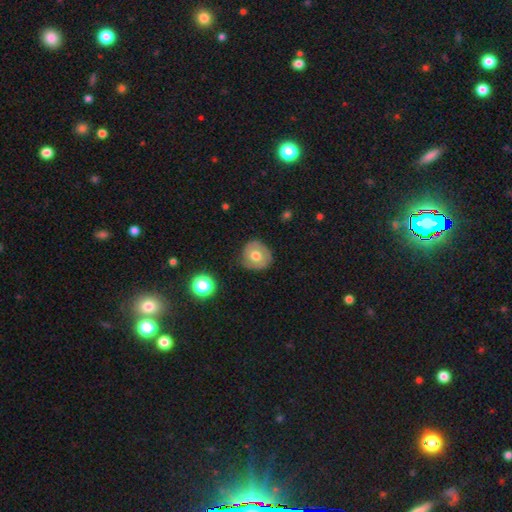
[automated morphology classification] smooth-or-featured: smooth: 56% | featured or disk: 35% | star or artifact: 9%
  how-rounded: round: 85% | in between: 14% | cigar-shaped: 1%
  merging: none: 80% | minor disturbance: 15% | major disturbance: 4% | merger: 1%